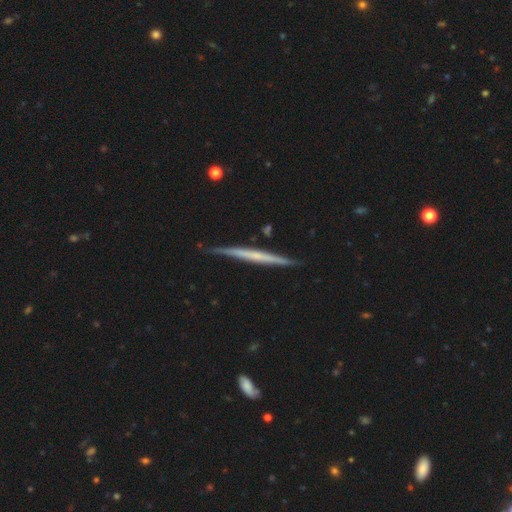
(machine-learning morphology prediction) Smooth or featured? featured or disk (63%)
Edge-on disk? yes (97%)
Edge-on bulge? none (76%)
Merging? none (85%)